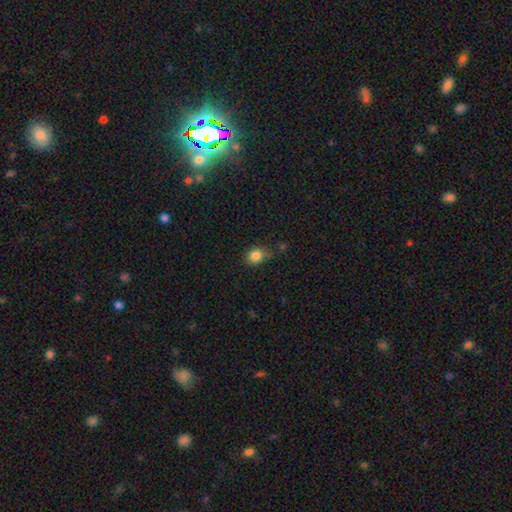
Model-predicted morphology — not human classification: Smooth or featured? smooth (85%)
How rounded? round (63%)
Merging? none (62%)